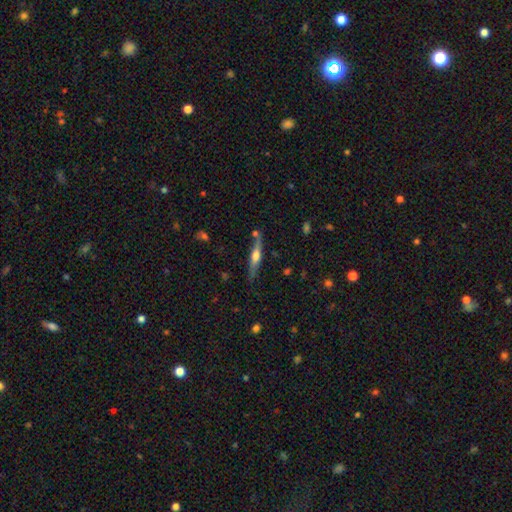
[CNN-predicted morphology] The model was most divided on "smooth or featured": featured or disk: 60%, smooth: 34%, star or artifact: 6%. More confident: edge-on disk — yes (95%); edge-on bulge — rounded (89%); merging — none (74%).